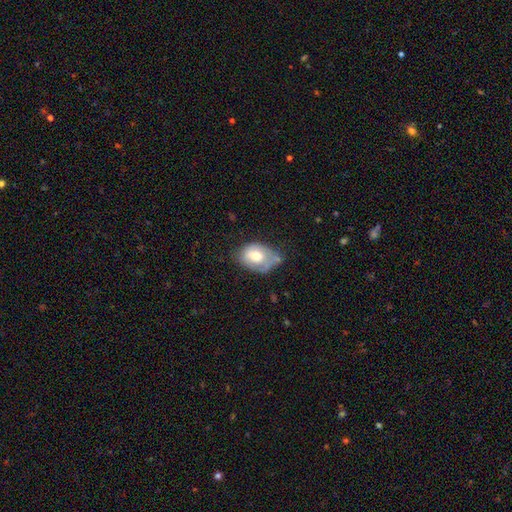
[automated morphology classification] Smooth or featured? smooth (57%)
How rounded? in between (75%)
Merging? minor disturbance (37%)